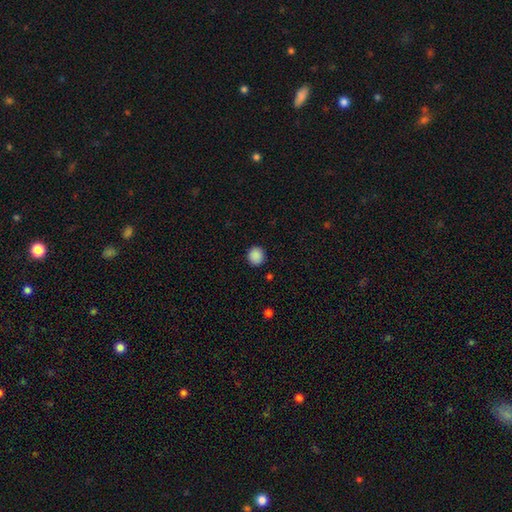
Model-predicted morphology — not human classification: Smooth or featured: smooth — 88% (star or artifact — 9%)
How rounded: round — 89% (in between — 10%)
Merging: none — 90% (minor disturbance — 7%)